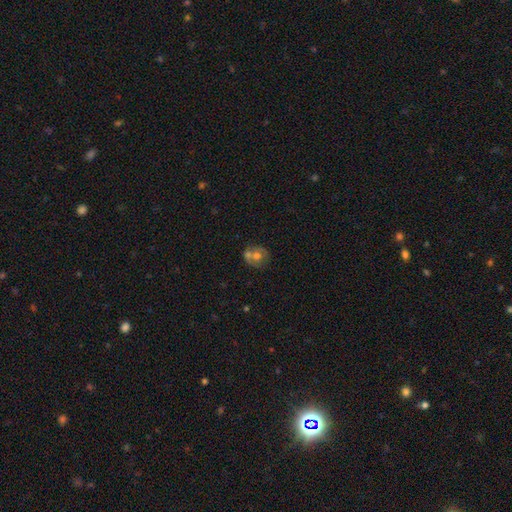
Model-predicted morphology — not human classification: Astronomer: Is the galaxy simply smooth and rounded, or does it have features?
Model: smooth — 49% (runner-up: featured or disk, 38%).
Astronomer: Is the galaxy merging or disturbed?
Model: none — 46% (runner-up: merger, 37%).